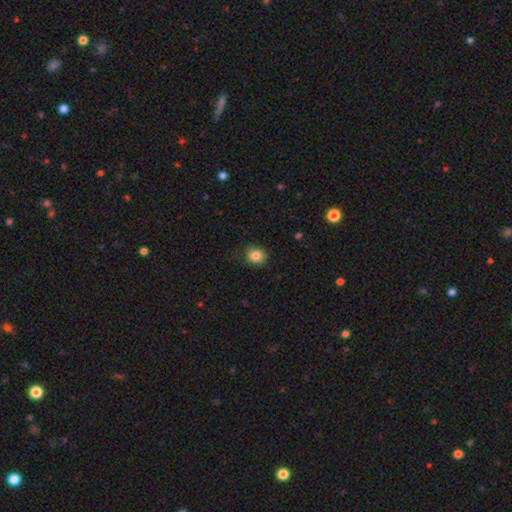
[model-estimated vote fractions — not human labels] The model was most divided on "how rounded": round: 68%, in between: 31%, cigar-shaped: 1%. More confident: smooth or featured — smooth (84%); merging — none (80%).